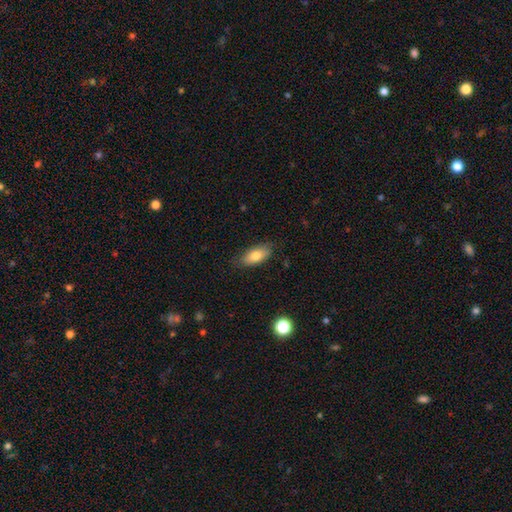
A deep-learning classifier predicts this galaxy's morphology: Smooth or featured?
  - smooth: 78% *
  - featured or disk: 15%
  - star or artifact: 7%
How rounded?
  - in between: 85% *
  - cigar-shaped: 12%
  - round: 3%
Merging?
  - none: 80% *
  - minor disturbance: 16%
  - major disturbance: 3%
  - merger: 1%